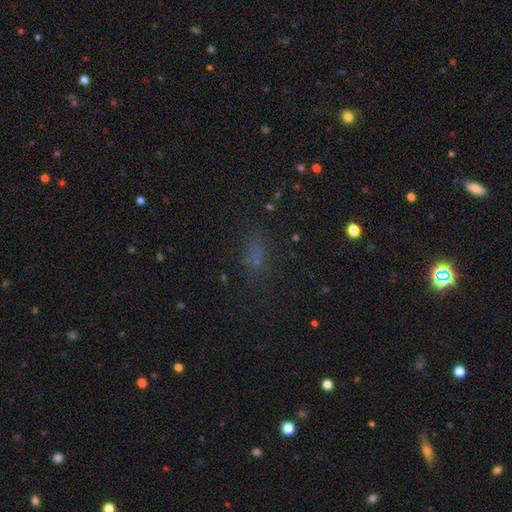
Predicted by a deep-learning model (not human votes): This appears to be a smooth galaxy with no disk features (58%) that is in between round and cigar-shaped (69%). Merging: none (66%).